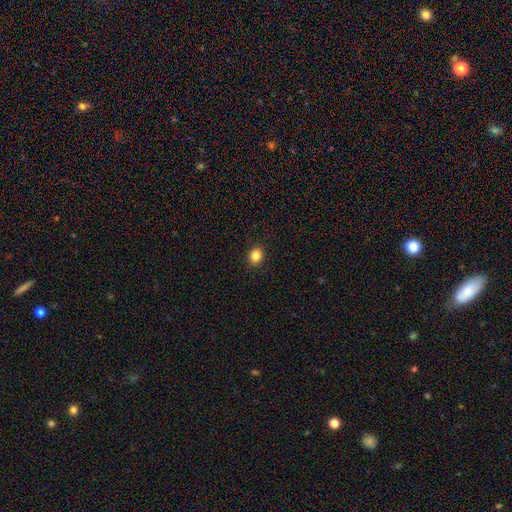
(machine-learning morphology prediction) smooth-or-featured: smooth: 85% | star or artifact: 11% | featured or disk: 5%
  how-rounded: round: 66% | in between: 33% | cigar-shaped: 1%
  merging: none: 91% | minor disturbance: 6% | major disturbance: 2% | merger: 1%